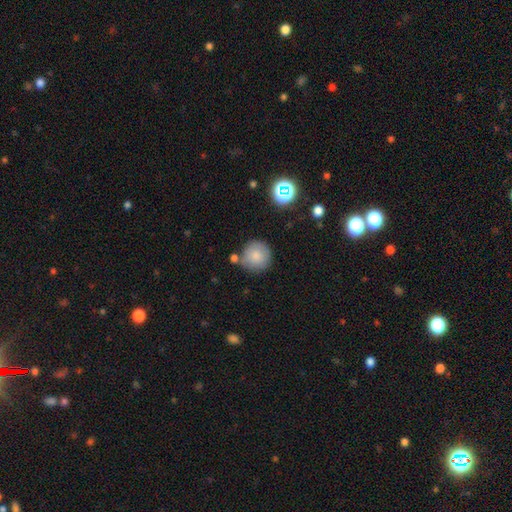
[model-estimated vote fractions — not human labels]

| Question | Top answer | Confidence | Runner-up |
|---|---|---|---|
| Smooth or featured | smooth | 83% | star or artifact (9%) |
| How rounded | round | 94% | in between (5%) |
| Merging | none | 75% | minor disturbance (13%) |